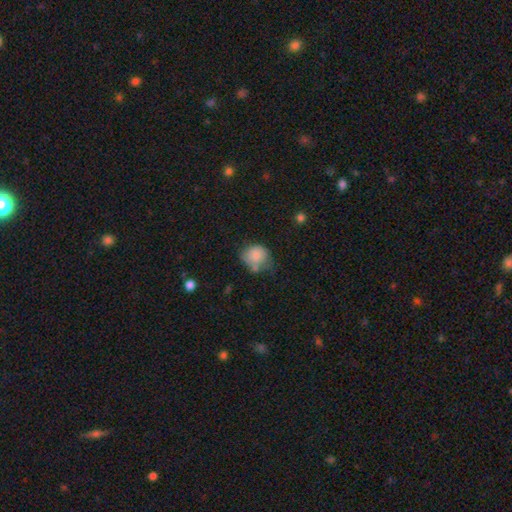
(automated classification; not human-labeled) A smooth galaxy with no disk features (81%) that is round (63%).

Vote fractions:
- Smooth or featured? smooth: 81% / featured or disk: 10% / star or artifact: 8%
- How rounded? round: 63% / in between: 36% / cigar-shaped: 1%
- Merging? none: 43% / minor disturbance: 32% / merger: 13% / major disturbance: 11%